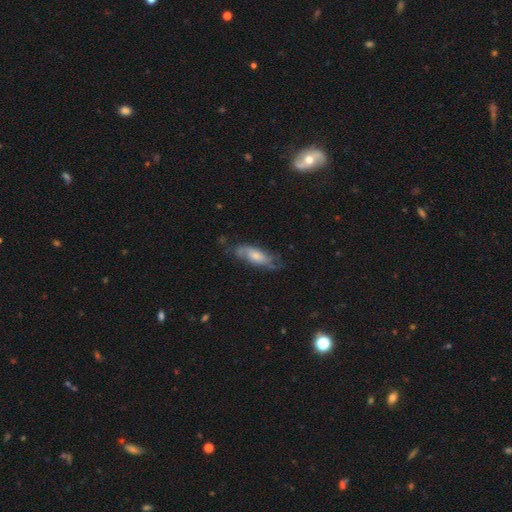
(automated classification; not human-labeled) featured or disk 51%, smooth 42%, star or artifact 7%. Down the decision tree: edge-on disk — no (75%); merging — none (61%).